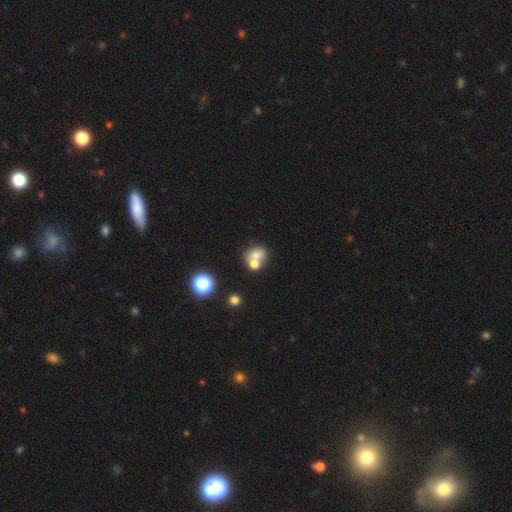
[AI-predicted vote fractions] Overall: smooth (66%). How rounded: round (65%; in between 34%). Merging: merger (56%; none 33%).